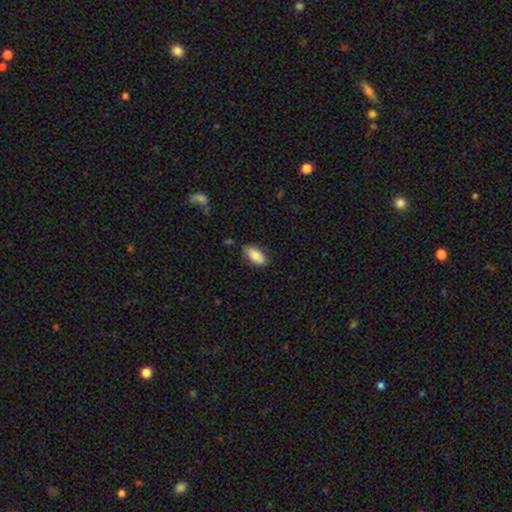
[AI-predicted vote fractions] This is clearly a smooth galaxy (85%). How rounded: clearly in between (90%). Merging: clearly none (82%).